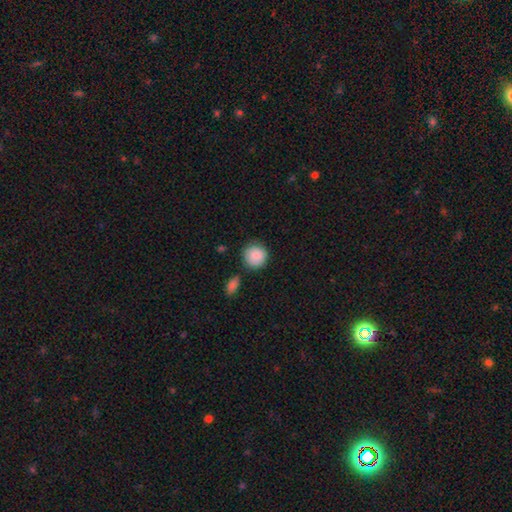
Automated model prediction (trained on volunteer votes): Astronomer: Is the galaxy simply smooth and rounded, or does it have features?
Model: smooth — 86%.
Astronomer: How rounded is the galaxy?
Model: round — 91%.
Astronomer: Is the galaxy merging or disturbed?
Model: none — 78%.